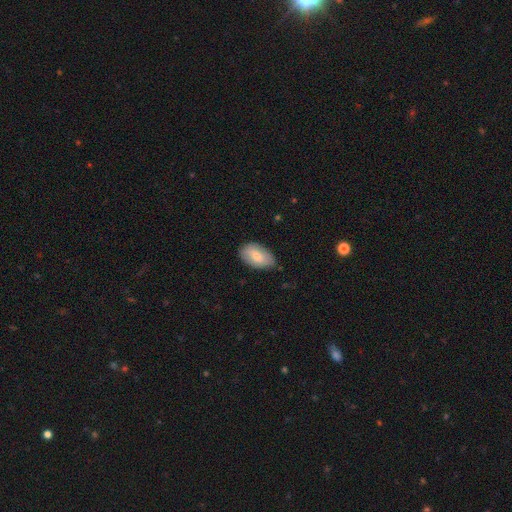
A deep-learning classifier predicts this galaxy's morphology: This is likely a smooth galaxy (74%). How rounded: clearly in between (94%). Merging: likely none (76%).